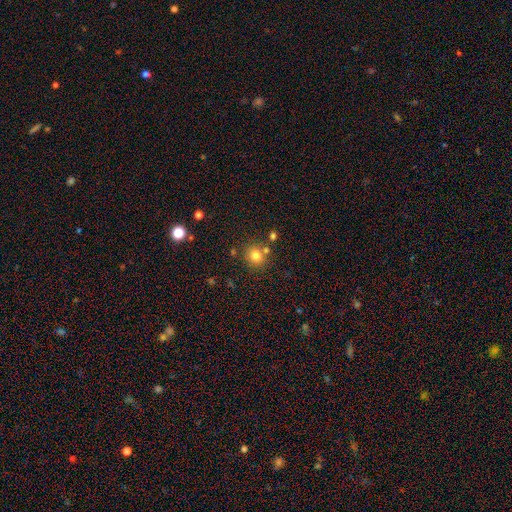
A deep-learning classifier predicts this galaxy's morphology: The model was most divided on "merging": none: 73%, merger: 14%, minor disturbance: 10%, major disturbance: 3%. More confident: how rounded — round (85%); smooth or featured — smooth (77%).